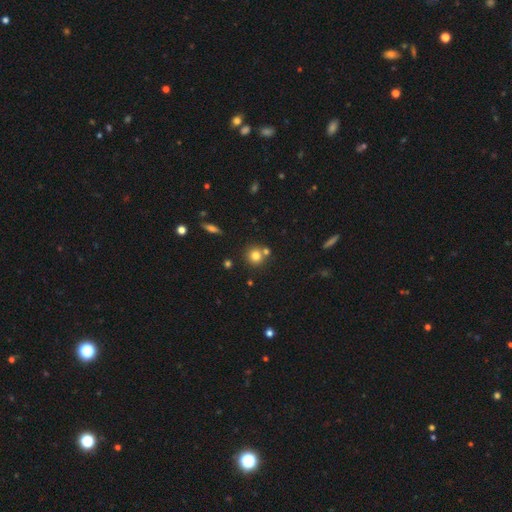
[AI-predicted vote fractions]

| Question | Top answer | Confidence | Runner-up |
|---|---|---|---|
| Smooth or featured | smooth | 78% | star or artifact (13%) |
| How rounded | round | 91% | in between (8%) |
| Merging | none | 67% | merger (23%) |